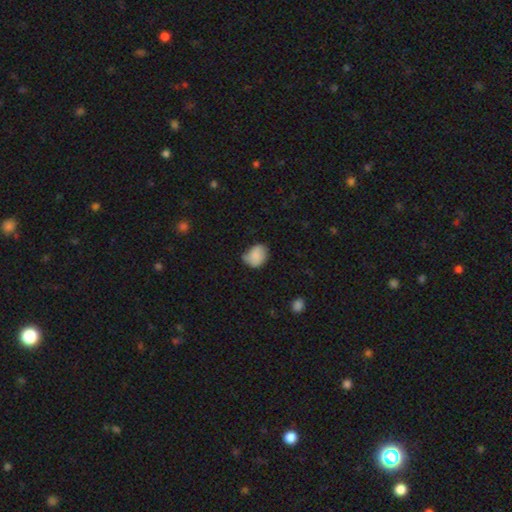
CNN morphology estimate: smooth-or-featured: smooth: 81% | featured or disk: 11% | star or artifact: 8%
  how-rounded: in between: 53% | round: 46% | cigar-shaped: 1%
  merging: none: 46% | minor disturbance: 40% | major disturbance: 10% | merger: 3%